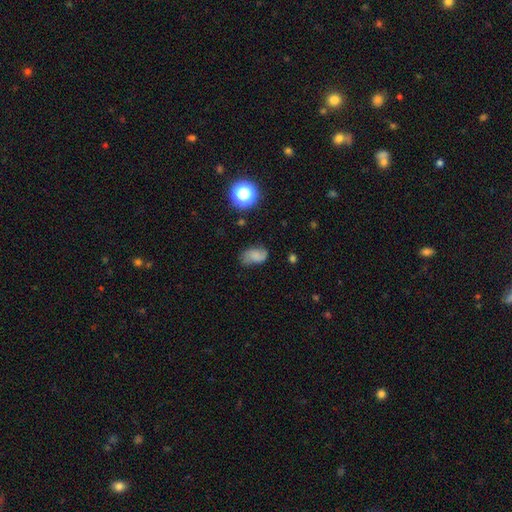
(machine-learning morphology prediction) The model was most divided on "merging": none: 59%, minor disturbance: 29%, major disturbance: 10%, merger: 2%. More confident: how rounded — in between (86%); smooth or featured — smooth (60%).